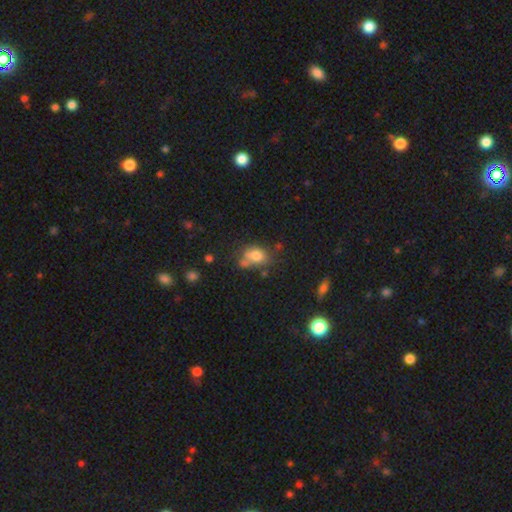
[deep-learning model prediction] A smooth galaxy with no disk features (74%) that is in between round and cigar-shaped (60%).

Vote fractions:
- Smooth or featured? smooth: 74% / featured or disk: 15% / star or artifact: 11%
- How rounded? in between: 60% / round: 38% / cigar-shaped: 1%
- Merging? none: 43% / merger: 25% / minor disturbance: 22% / major disturbance: 10%